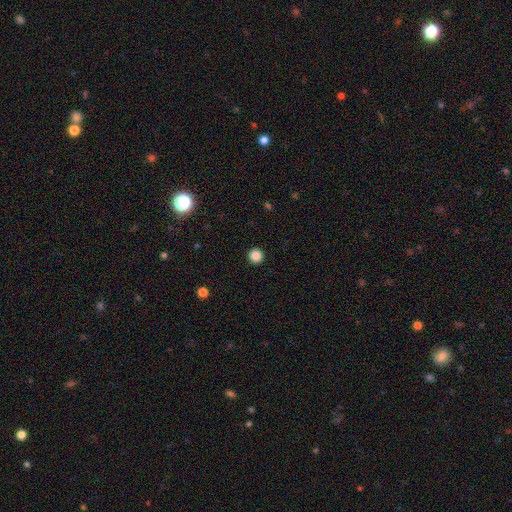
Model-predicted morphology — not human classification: Q: Smooth or featured?
A: smooth (87%); runner-up: star or artifact (11%)
Q: How rounded?
A: round (96%); runner-up: in between (3%)
Q: Merging?
A: none (94%); runner-up: minor disturbance (4%)